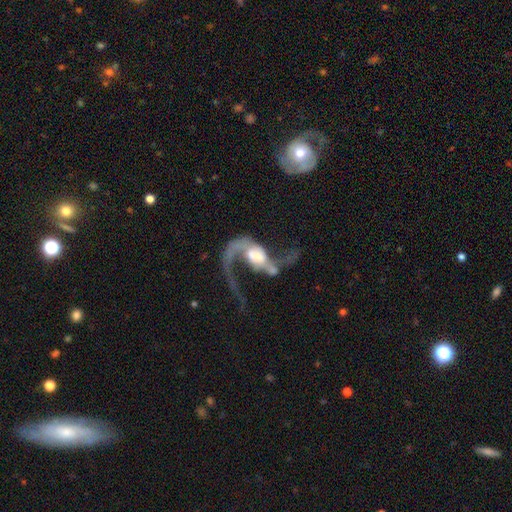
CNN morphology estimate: Smooth or featured: featured or disk — 87% (smooth — 7%)
Edge-on disk: no — 96% (yes — 4%)
Bar: no — 42% (weak — 35%)
Spiral arms: yes — 95% (no — 5%)
Spiral winding: loose — 79% (medium — 18%)
Spiral arm count: 2 — 87% (1 — 7%)
Bulge size: large — 42% (moderate — 32%)
Merging: none — 39% (major disturbance — 33%)